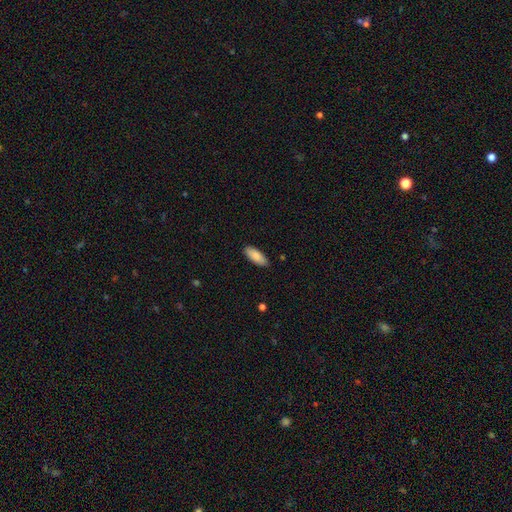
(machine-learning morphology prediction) This appears to be a smooth galaxy with no disk features (87%) that is in between round and cigar-shaped (78%). Merging: none (89%).